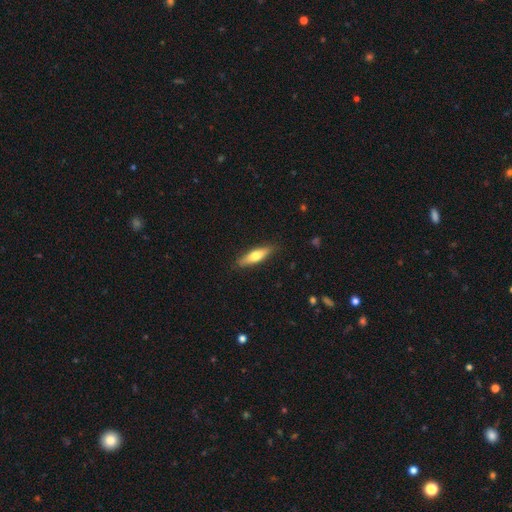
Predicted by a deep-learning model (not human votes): Q: Smooth or featured?
A: smooth (60%); runner-up: featured or disk (34%)
Q: How rounded?
A: cigar-shaped (66%); runner-up: in between (32%)
Q: Merging?
A: none (87%); runner-up: minor disturbance (10%)